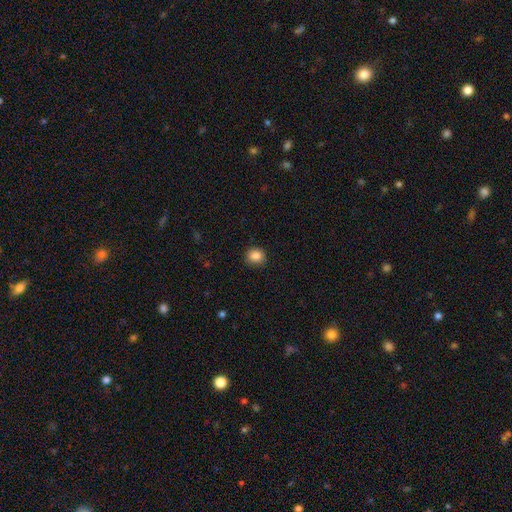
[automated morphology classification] This is clearly a smooth galaxy (86%). How rounded: clearly round (81%). Merging: clearly none (87%).